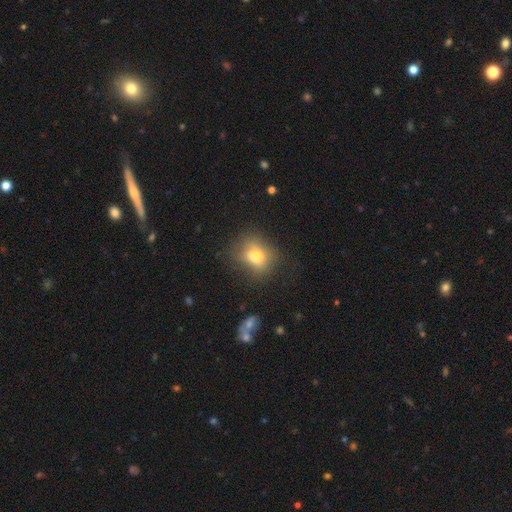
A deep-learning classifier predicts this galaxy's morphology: This appears to be a smooth galaxy with no disk features (71%) that is round (55%). Merging: none (65%).